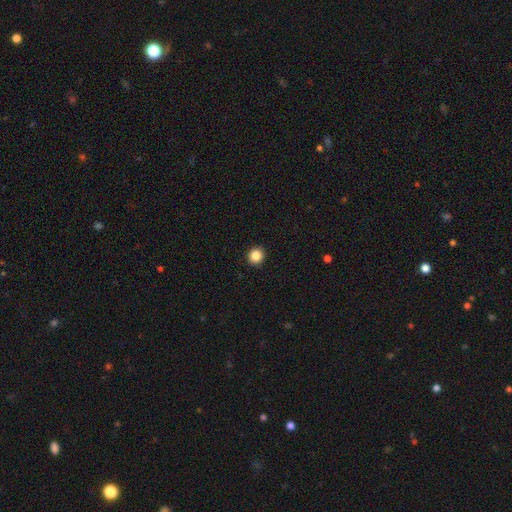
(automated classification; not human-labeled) The model was most divided on "smooth or featured": smooth: 86%, star or artifact: 10%, featured or disk: 4%. More confident: merging — none (93%); how rounded — round (90%).